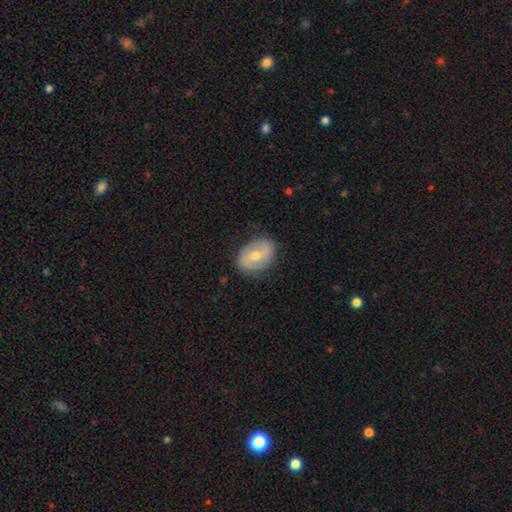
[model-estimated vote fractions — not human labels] The model was most divided on "smooth or featured": featured or disk: 48%, smooth: 45%, star or artifact: 7%. More confident: merging — none (82%).